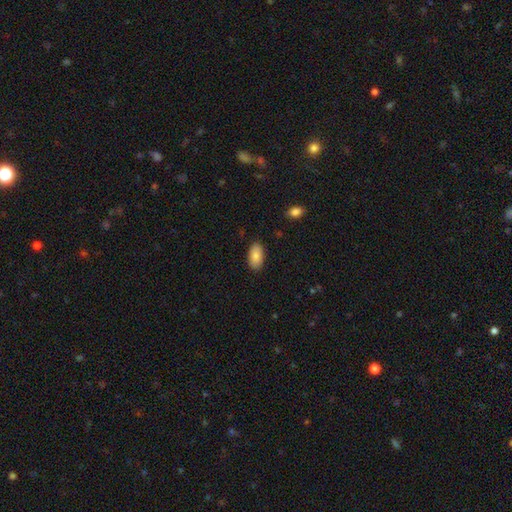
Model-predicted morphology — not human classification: type=smooth (86%); roundness=in between (95%); merging=none (86%).